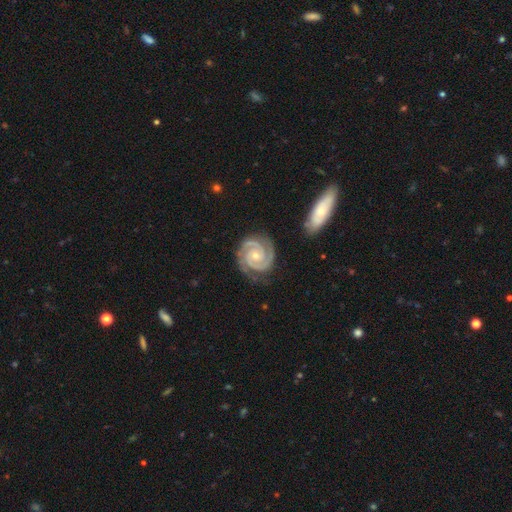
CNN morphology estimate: type=featured or disk (93%); edge-on=no (98%); bar=no (69%); spiral arms=yes (99%); winding=tight (77%); arm count=2 (86%); bulge=small (66%); merging=none (80%).